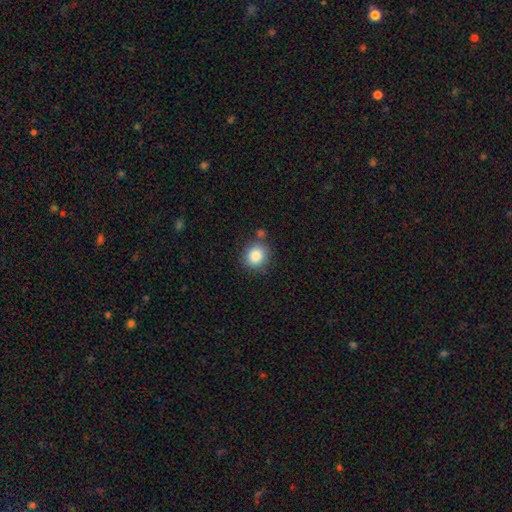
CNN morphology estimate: smooth_or_featured: smooth (p=0.86) [alt: star or artifact p=0.09]
how_rounded: round (p=0.82) [alt: in between p=0.17]
merging: none (p=0.76) [alt: minor disturbance p=0.12]